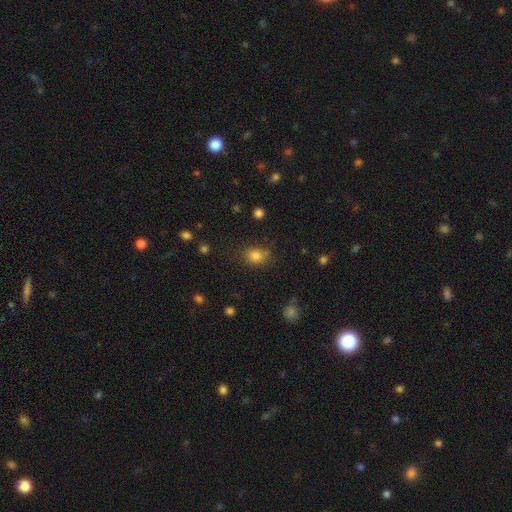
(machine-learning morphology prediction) type=smooth (81%); roundness=round (58%); merging=none (74%).